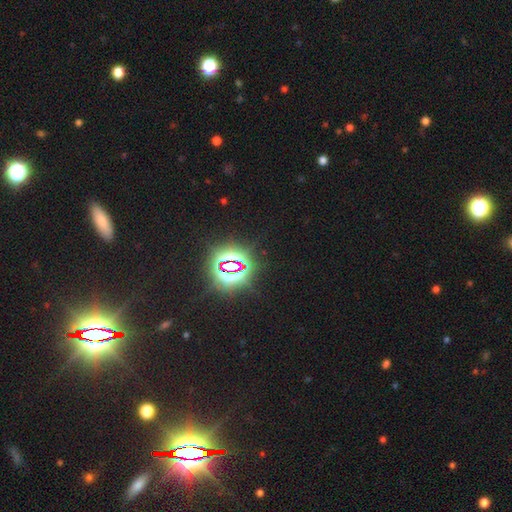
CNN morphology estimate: A star or artifact, not a galaxy (83%).